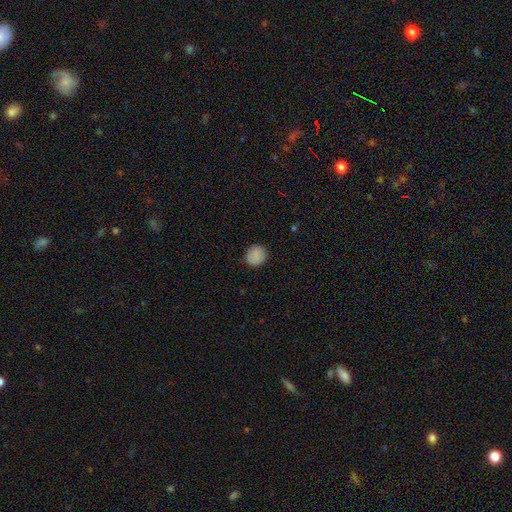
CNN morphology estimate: Q: Smooth or featured?
A: smooth (88%); runner-up: star or artifact (9%)
Q: How rounded?
A: round (87%); runner-up: in between (12%)
Q: Merging?
A: none (90%); runner-up: minor disturbance (8%)